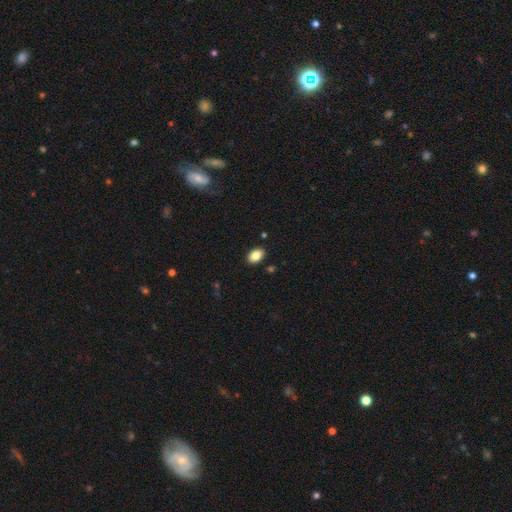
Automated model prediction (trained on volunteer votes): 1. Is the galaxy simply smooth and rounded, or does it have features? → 85% smooth, 8% star or artifact, 7% featured or disk.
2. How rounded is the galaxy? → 88% in between, 11% round, 1% cigar-shaped.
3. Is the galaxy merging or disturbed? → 89% none, 8% minor disturbance, 2% major disturbance, 1% merger.